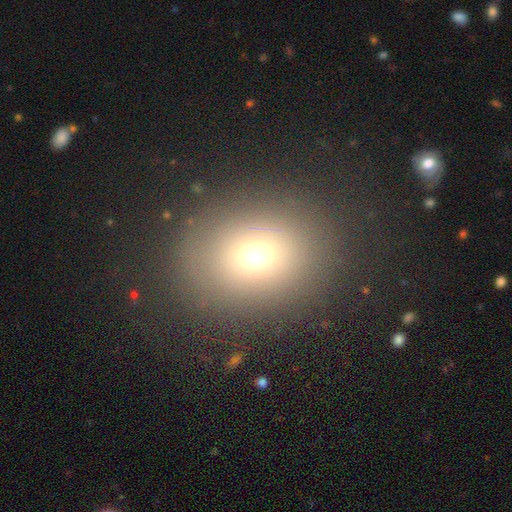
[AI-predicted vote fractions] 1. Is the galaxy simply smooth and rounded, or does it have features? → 69% smooth, 19% star or artifact, 12% featured or disk.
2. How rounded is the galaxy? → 61% round, 38% in between, 1% cigar-shaped.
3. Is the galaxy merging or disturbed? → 84% none, 9% minor disturbance, 6% major disturbance, 2% merger.